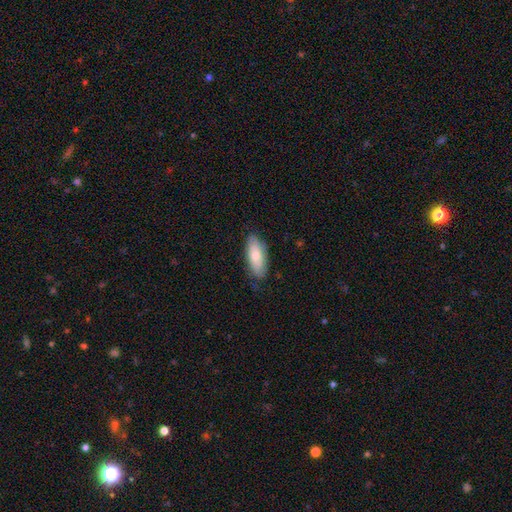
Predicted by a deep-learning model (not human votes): smooth_or_featured: smooth (p=0.70) [alt: featured or disk p=0.24]
how_rounded: in between (p=0.80) [alt: cigar-shaped p=0.18]
merging: none (p=0.77) [alt: minor disturbance p=0.18]